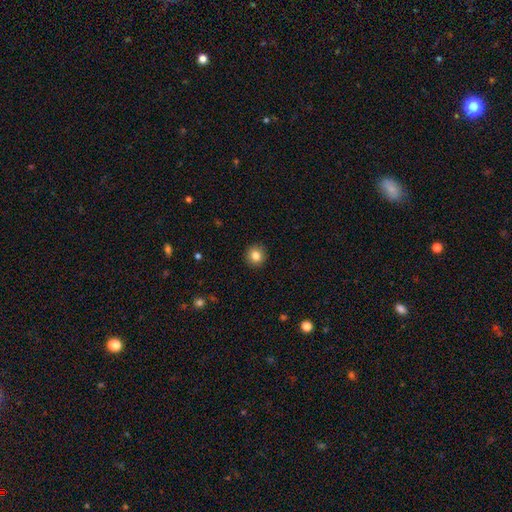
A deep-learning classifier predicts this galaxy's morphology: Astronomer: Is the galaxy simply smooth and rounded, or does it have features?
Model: smooth — 83%.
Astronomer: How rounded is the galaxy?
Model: round — 93%.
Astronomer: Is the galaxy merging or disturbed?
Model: none — 92%.